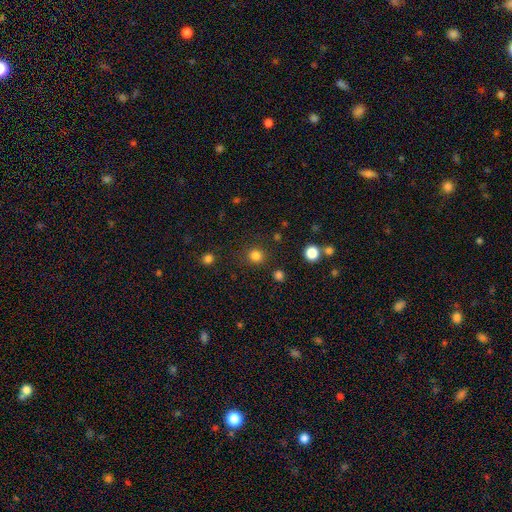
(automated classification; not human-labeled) smooth_or_featured: smooth (p=0.82) [alt: star or artifact p=0.15]
how_rounded: round (p=0.93) [alt: in between p=0.06]
merging: none (p=0.88) [alt: minor disturbance p=0.07]